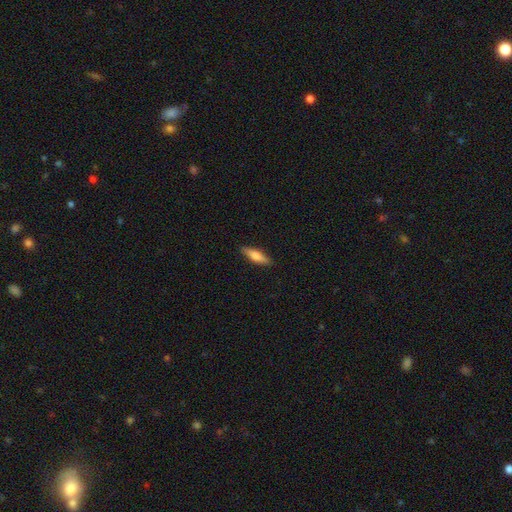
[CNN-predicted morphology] smooth-or-featured: smooth: 71% | featured or disk: 23% | star or artifact: 6%
  how-rounded: cigar-shaped: 63% | in between: 35% | round: 2%
  merging: none: 88% | minor disturbance: 9% | major disturbance: 2% | merger: 1%